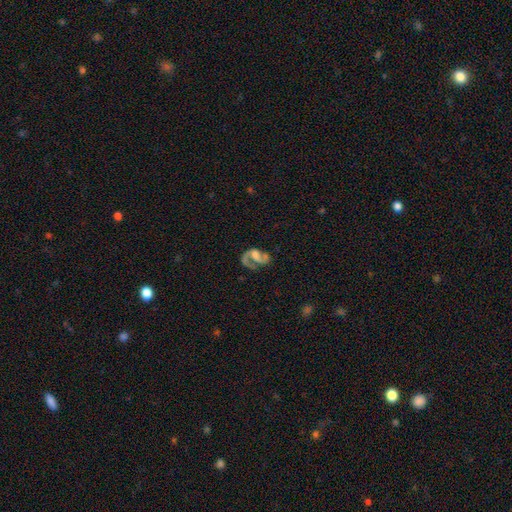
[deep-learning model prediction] The model was most divided on "spiral winding": loose: 44%, medium: 42%, tight: 13%. Remaining: edge-on disk — no (98%); spiral arms — yes (86%); smooth or featured — featured or disk (77%); spiral arm count — 2 (57%); bar — no (47%); merging — none (39%); bulge size — none (35%).